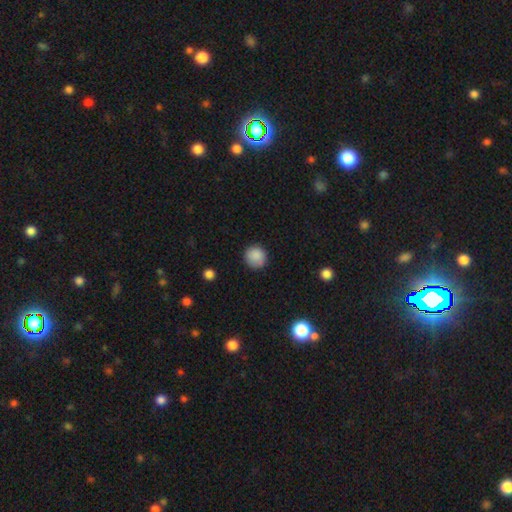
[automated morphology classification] A smooth galaxy with no disk features (86%) that is round (91%). Merging: none (82%).